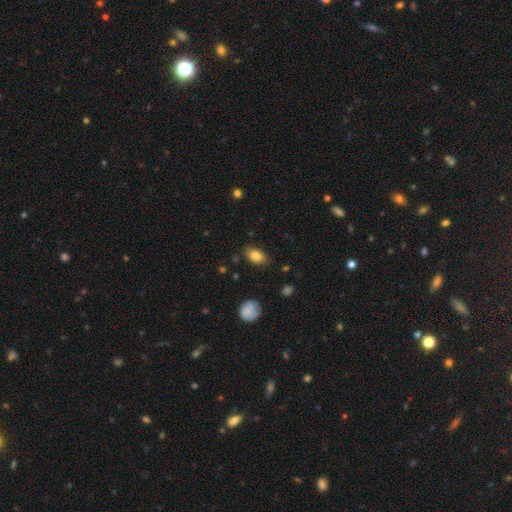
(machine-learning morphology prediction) Overall: smooth (83%). How rounded: in between (88%). Merging: none (81%).